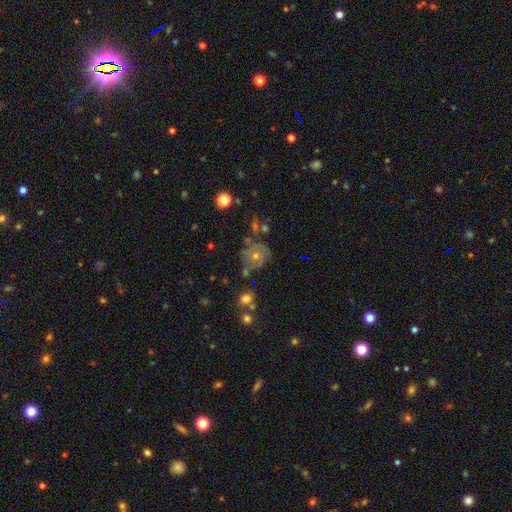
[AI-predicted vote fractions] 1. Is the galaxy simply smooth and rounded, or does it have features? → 48% featured or disk, 32% smooth, 20% star or artifact.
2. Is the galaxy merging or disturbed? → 61% none, 20% minor disturbance, 10% major disturbance, 9% merger.